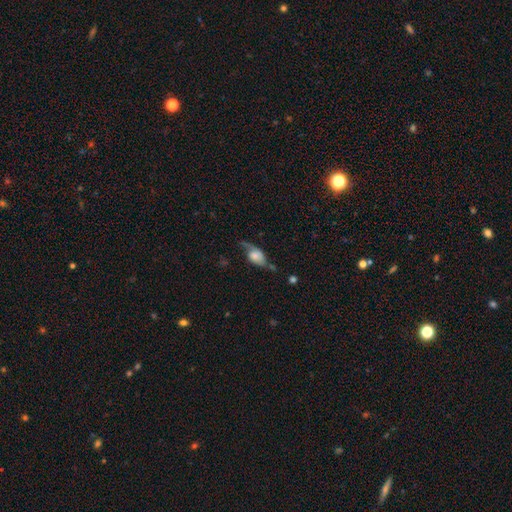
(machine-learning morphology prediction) Smooth or featured? featured or disk (52%)
Edge-on disk? no (74%)
Merging? none (42%)